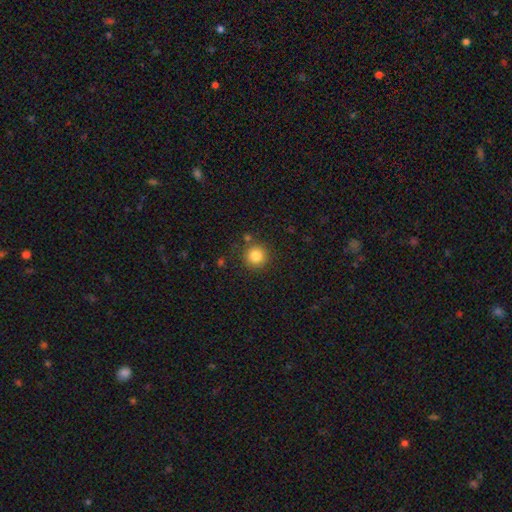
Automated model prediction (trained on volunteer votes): smooth-or-featured: smooth: 84% | star or artifact: 11% | featured or disk: 6%
  how-rounded: round: 94% | in between: 5% | cigar-shaped: 1%
  merging: none: 85% | minor disturbance: 8% | merger: 4% | major disturbance: 3%